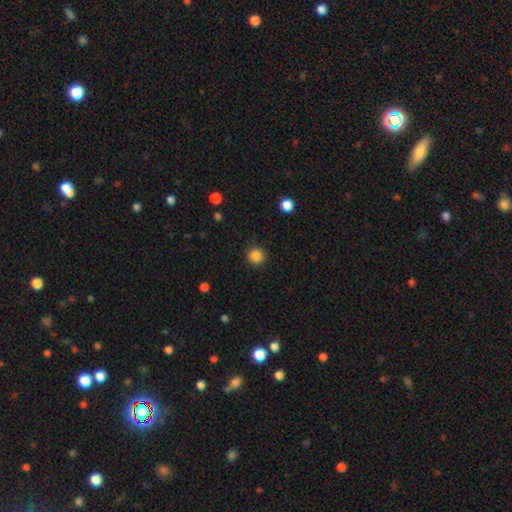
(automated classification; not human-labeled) Smooth or featured? smooth (86%)
How rounded? round (94%)
Merging? none (91%)